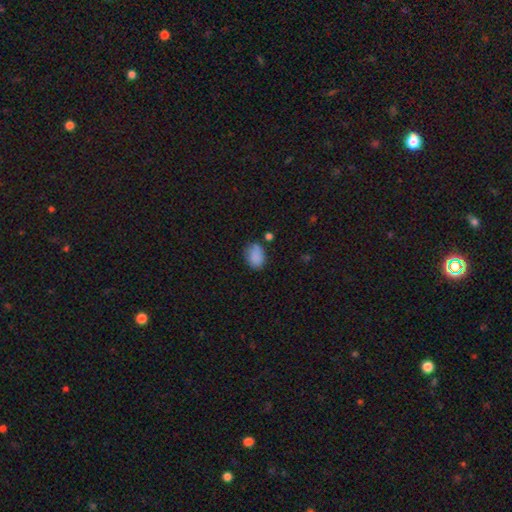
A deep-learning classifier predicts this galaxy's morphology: Smooth or featured?
  - smooth: 86% *
  - star or artifact: 9%
  - featured or disk: 5%
How rounded?
  - in between: 74% *
  - round: 25%
  - cigar-shaped: 1%
Merging?
  - none: 68% *
  - minor disturbance: 22%
  - major disturbance: 5%
  - merger: 5%